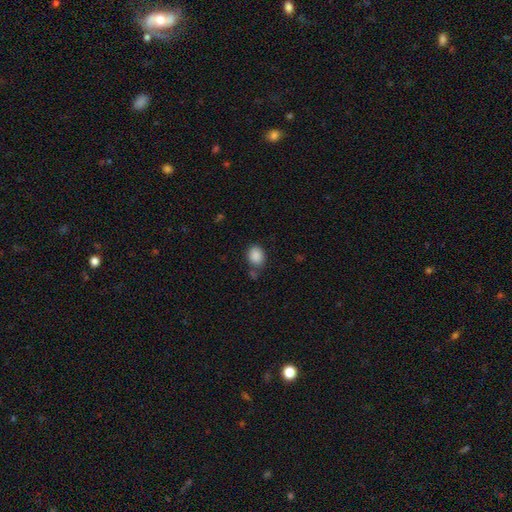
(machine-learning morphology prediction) A smooth galaxy with no disk features (88%) that is in between round and cigar-shaped (58%).

Vote fractions:
- Smooth or featured? smooth: 88% / star or artifact: 9% / featured or disk: 4%
- How rounded? in between: 58% / round: 41% / cigar-shaped: 1%
- Merging? none: 70% / minor disturbance: 16% / merger: 9% / major disturbance: 5%